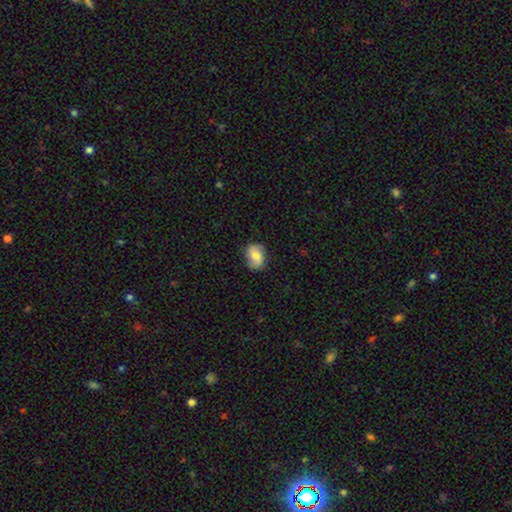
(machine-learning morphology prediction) This is possibly a smooth galaxy (51%). How rounded: likely in between (63%). Merging: likely none (77%).